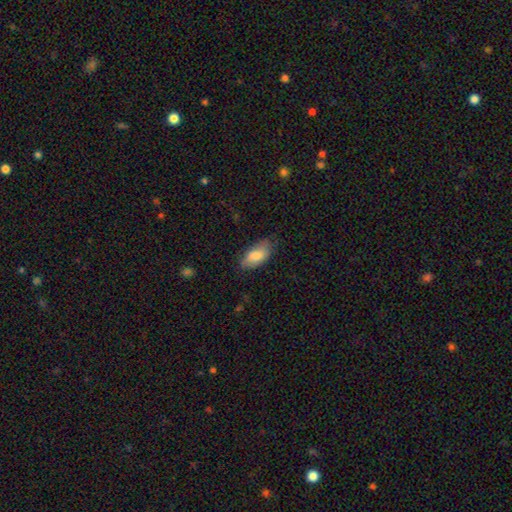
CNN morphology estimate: smooth 81%, featured or disk 13%, star or artifact 6%. Down the decision tree: how rounded — in between (89%); merging — none (73%).